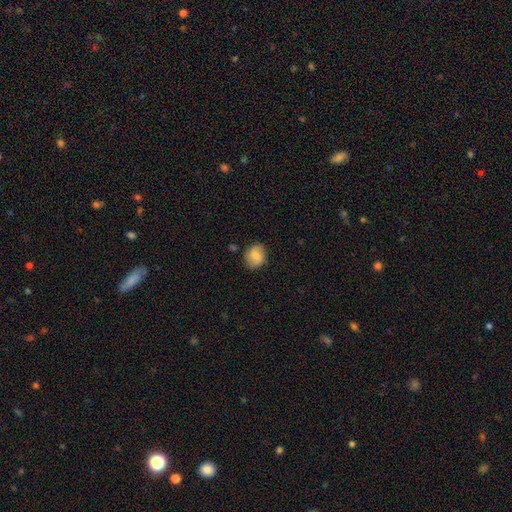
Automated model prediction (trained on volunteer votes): This appears to be a smooth galaxy with no disk features (74%) that is round (67%). Merging: none (81%).